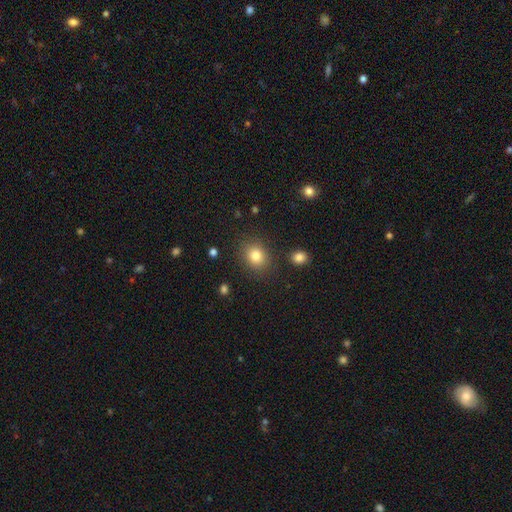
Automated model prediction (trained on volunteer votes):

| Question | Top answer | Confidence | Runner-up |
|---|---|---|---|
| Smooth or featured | smooth | 81% | star or artifact (11%) |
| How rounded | round | 62% | in between (37%) |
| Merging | none | 85% | minor disturbance (9%) |